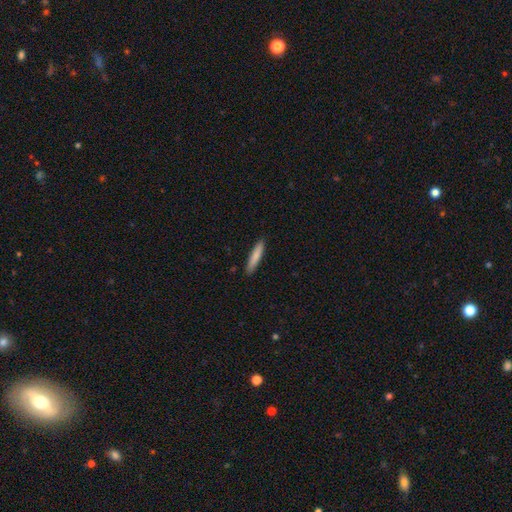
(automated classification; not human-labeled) A smooth galaxy with no disk features (84%) that is cigar-shaped (90%). Merging: none (90%).